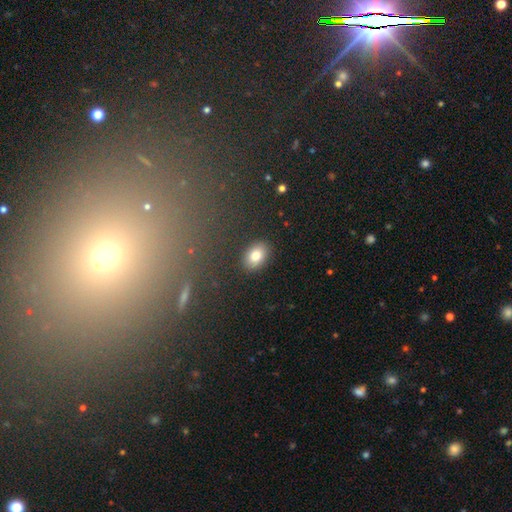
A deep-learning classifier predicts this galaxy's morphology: type=smooth (82%); roundness=in between (82%); merging=none (88%).